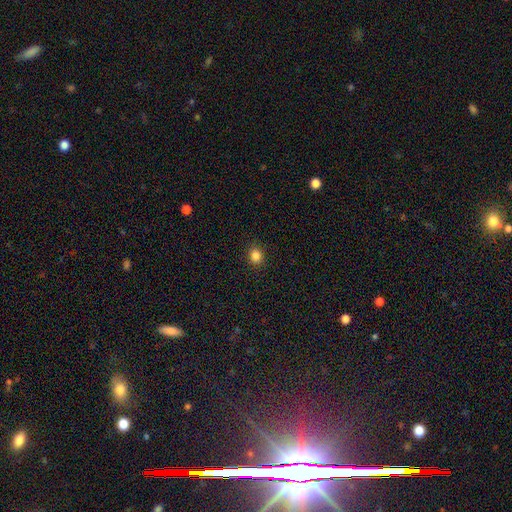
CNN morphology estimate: This is clearly a smooth galaxy (85%). How rounded: likely round (67%). Merging: clearly none (91%).